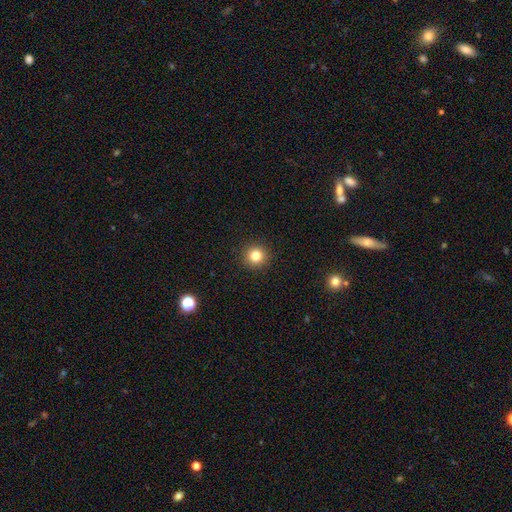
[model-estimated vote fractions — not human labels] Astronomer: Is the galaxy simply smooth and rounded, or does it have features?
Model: smooth — 81%.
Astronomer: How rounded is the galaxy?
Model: round — 94%.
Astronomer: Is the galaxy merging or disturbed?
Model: none — 93%.